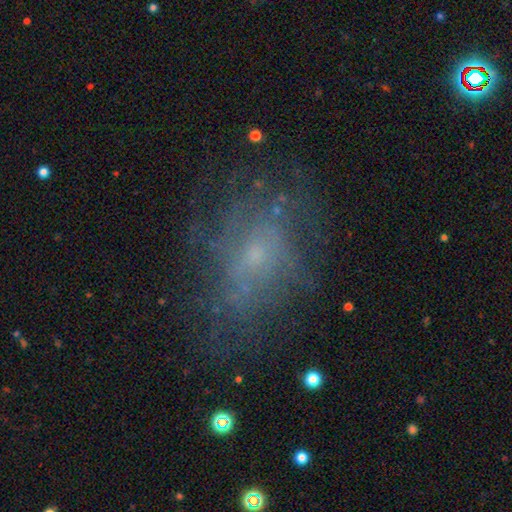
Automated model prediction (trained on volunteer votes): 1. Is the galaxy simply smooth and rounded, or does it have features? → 53% featured or disk, 29% smooth, 18% star or artifact.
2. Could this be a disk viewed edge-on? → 95% no, 5% yes.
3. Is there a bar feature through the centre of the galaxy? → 82% no, 15% weak, 3% strong.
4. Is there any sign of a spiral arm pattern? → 52% no, 48% yes.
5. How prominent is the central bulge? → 72% small, 17% moderate, 8% none, 2% large, 1% dominant.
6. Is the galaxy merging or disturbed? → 65% none, 19% minor disturbance, 14% major disturbance, 2% merger.